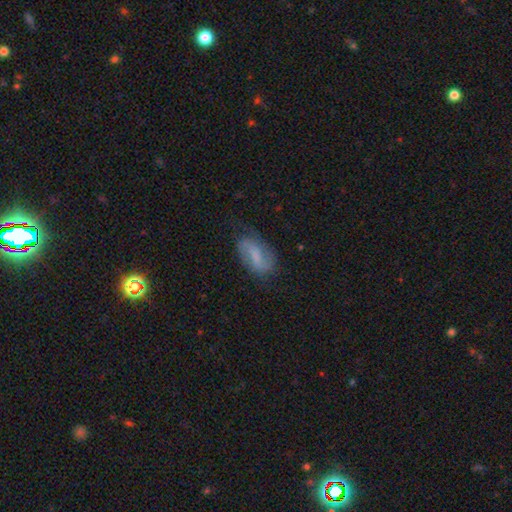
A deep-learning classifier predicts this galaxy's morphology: This is possibly a featured or disk galaxy (53%). It is clearly not viewed edge-on (95%). Bar: possibly weak (47%). Spiral arm pattern: clearly yes (85%). Central bulge: marginally none (40%). Merging: likely none (64%).